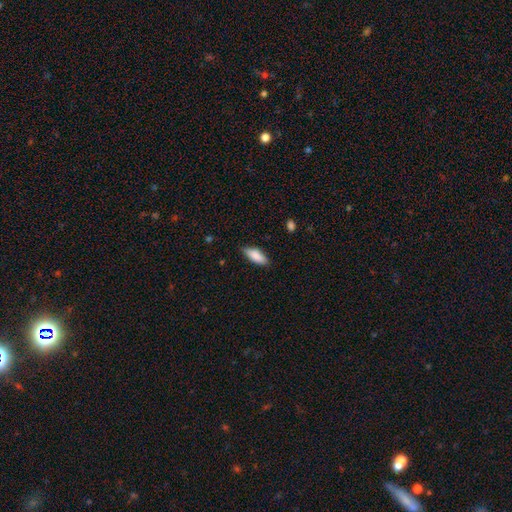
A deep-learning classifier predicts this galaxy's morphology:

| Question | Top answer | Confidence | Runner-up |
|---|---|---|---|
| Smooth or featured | smooth | 86% | featured or disk (8%) |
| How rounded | in between | 74% | cigar-shaped (24%) |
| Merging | none | 81% | minor disturbance (15%) |